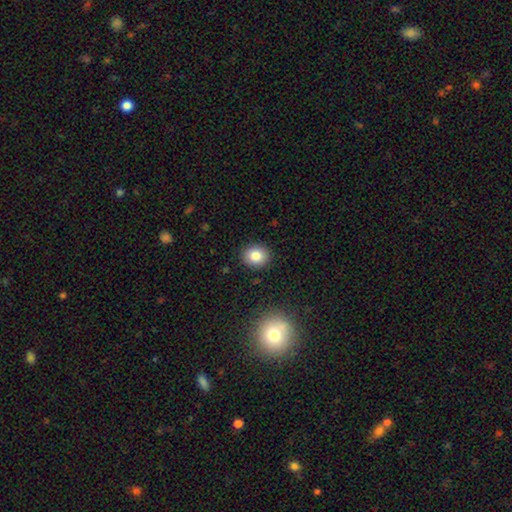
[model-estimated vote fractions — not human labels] smooth 83%, star or artifact 10%, featured or disk 7%. Down the decision tree: how rounded — round (72%); merging — none (90%).